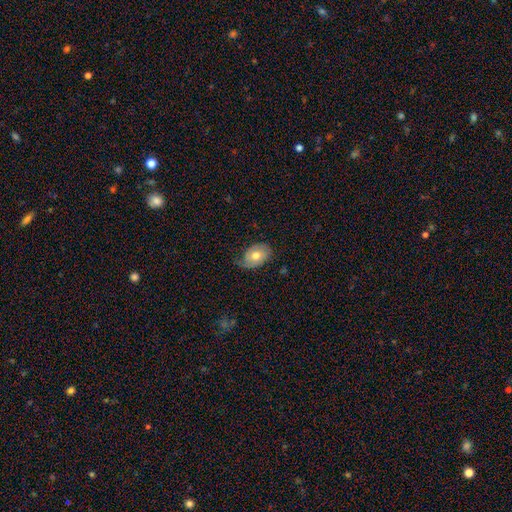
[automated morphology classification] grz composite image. It shows a smooth galaxy with no disk features (52%) that is in between round and cigar-shaped (82%). Merging: none (52%).